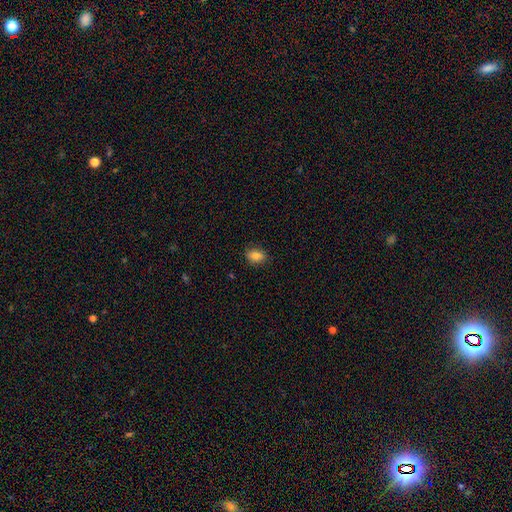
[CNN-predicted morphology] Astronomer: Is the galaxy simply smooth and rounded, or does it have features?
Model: smooth — 85%.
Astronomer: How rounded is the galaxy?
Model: in between — 76%.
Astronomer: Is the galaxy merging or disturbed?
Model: none — 84%.